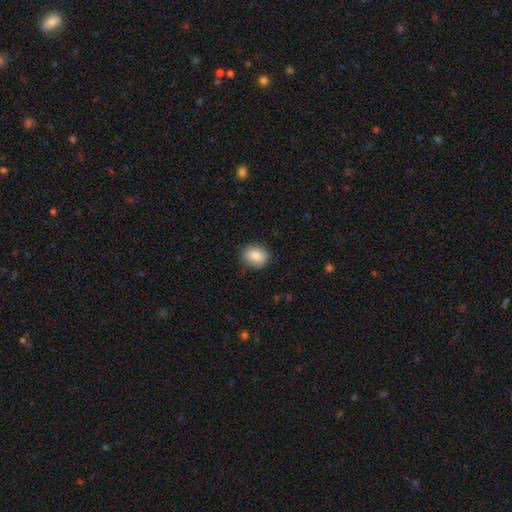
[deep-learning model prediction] This appears to be a smooth galaxy with no disk features (84%) that is round (51%). Merging: none (87%).